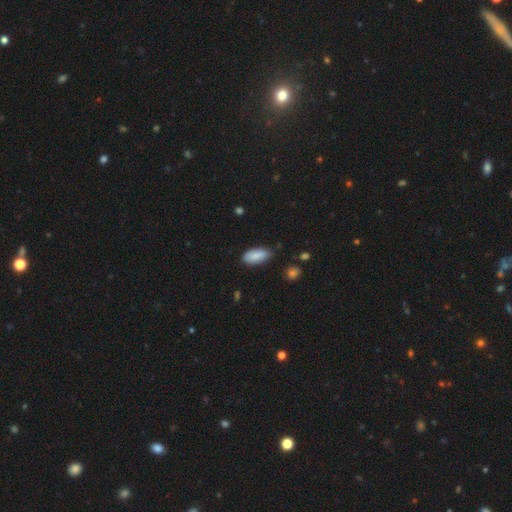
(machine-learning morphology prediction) The model was most divided on "merging": none: 78%, minor disturbance: 17%, major disturbance: 3%, merger: 2%. More confident: how rounded — in between (89%); smooth or featured — smooth (86%).